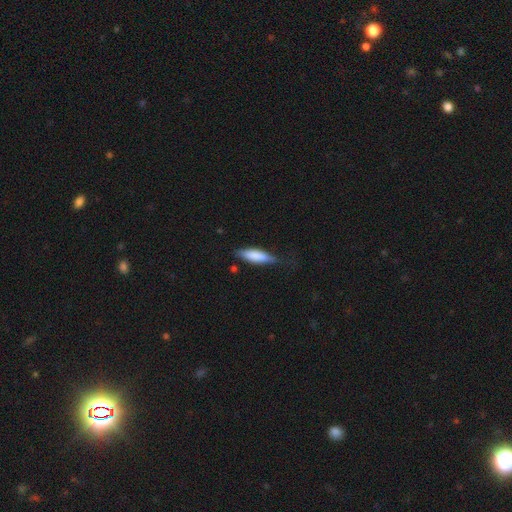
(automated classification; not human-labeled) This appears to be a smooth galaxy with no disk features (79%) that is in between round and cigar-shaped (50%). Merging: none (64%).